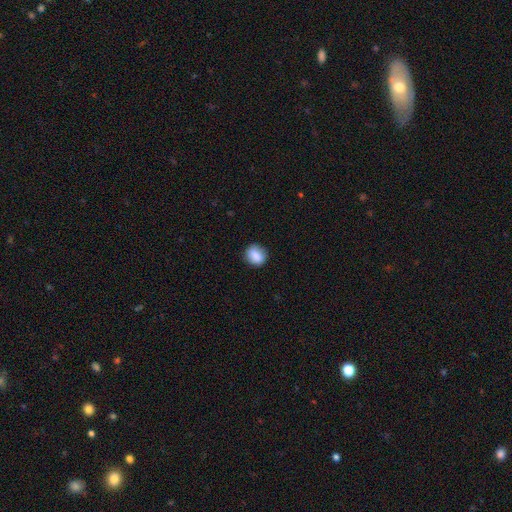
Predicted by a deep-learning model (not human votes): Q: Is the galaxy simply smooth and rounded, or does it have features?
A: smooth — 84%.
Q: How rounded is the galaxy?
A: round — 67%.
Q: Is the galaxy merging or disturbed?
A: none — 84%.